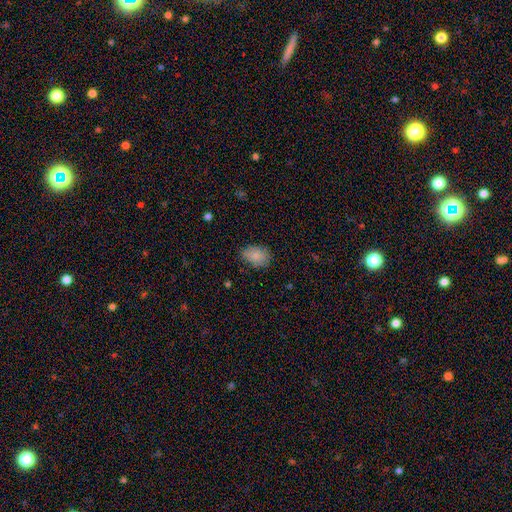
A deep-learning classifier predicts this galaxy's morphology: smooth 84%, star or artifact 8%, featured or disk 8%. Down the decision tree: how rounded — in between (80%); merging — none (75%).